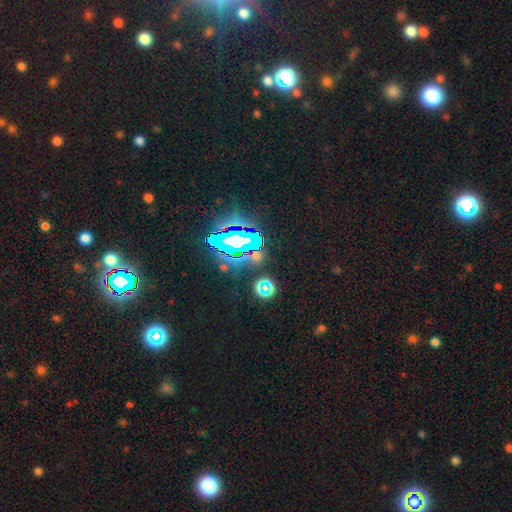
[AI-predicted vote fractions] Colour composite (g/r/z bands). It shows a star or artifact, not a galaxy (69%).